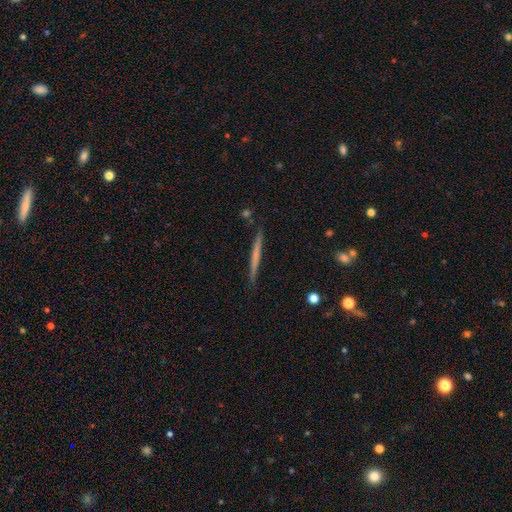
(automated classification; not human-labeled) Smooth or featured? smooth (48%)
Merging? none (89%)